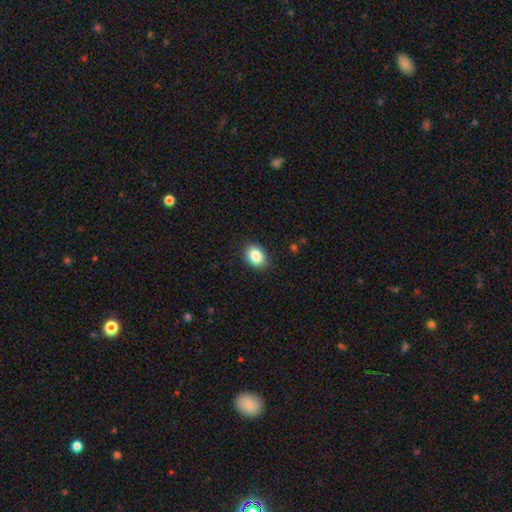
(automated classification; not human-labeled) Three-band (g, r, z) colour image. It shows a smooth galaxy with no disk features (86%) that is in between round and cigar-shaped (71%). Merging: none (88%).